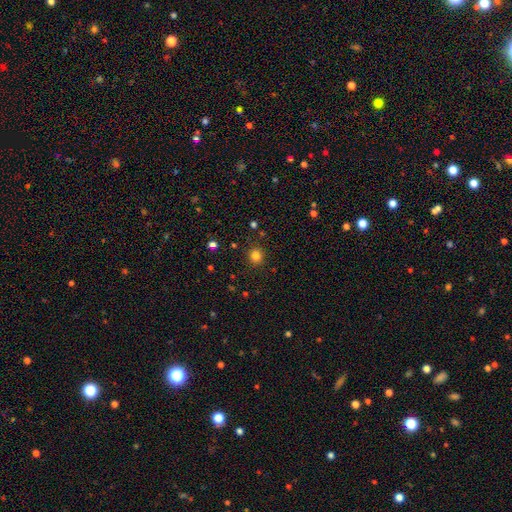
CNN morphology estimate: The model was most divided on "smooth or featured": smooth: 81%, star or artifact: 14%, featured or disk: 5%. More confident: how rounded — round (89%); merging — none (89%).